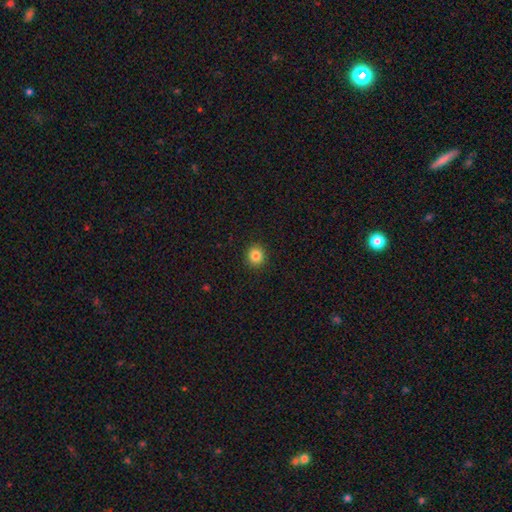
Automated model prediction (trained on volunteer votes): Smooth or featured? Predicted: smooth (p=0.85). How rounded? Predicted: round (p=0.90). Merging? Predicted: none (p=0.92).